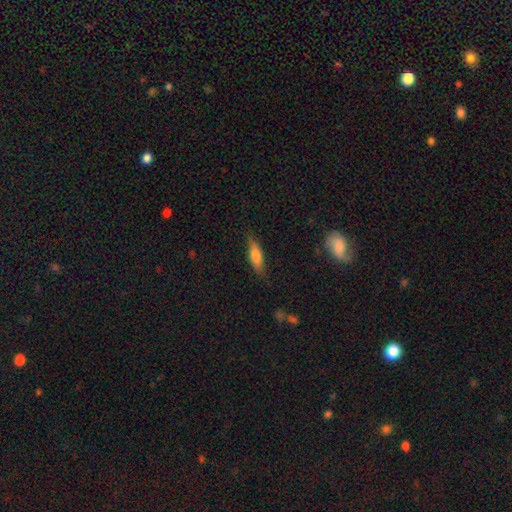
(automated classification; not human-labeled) smooth 74%, featured or disk 19%, star or artifact 7%. Down the decision tree: how rounded — cigar-shaped (53%); merging — none (80%).